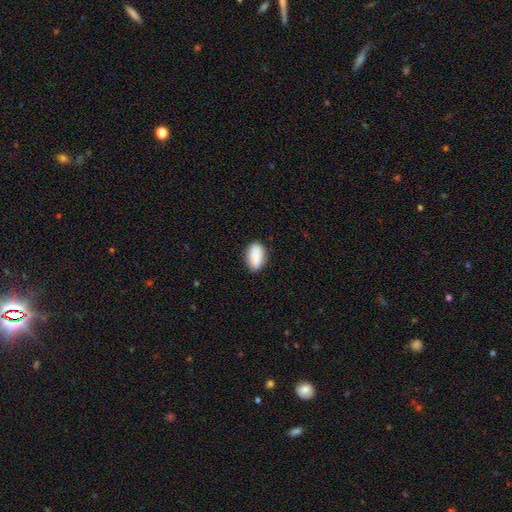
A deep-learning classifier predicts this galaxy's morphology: Smooth or featured?
  - smooth: 89% *
  - star or artifact: 7%
  - featured or disk: 4%
How rounded?
  - in between: 92% *
  - round: 6%
  - cigar-shaped: 2%
Merging?
  - none: 83% *
  - minor disturbance: 13%
  - major disturbance: 3%
  - merger: 1%